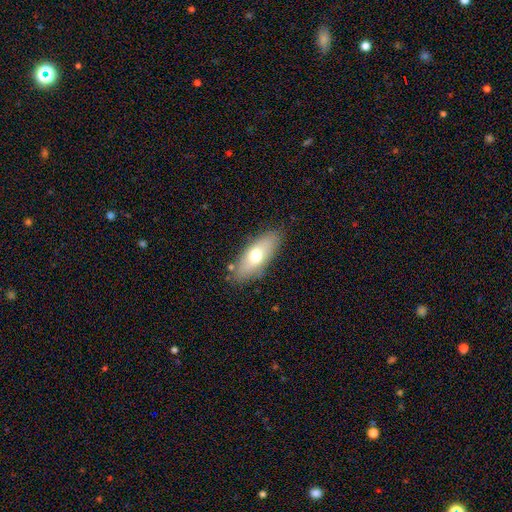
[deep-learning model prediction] This appears to be a smooth galaxy with no disk features (65%) that is in between round and cigar-shaped (74%). Merging: none (82%).